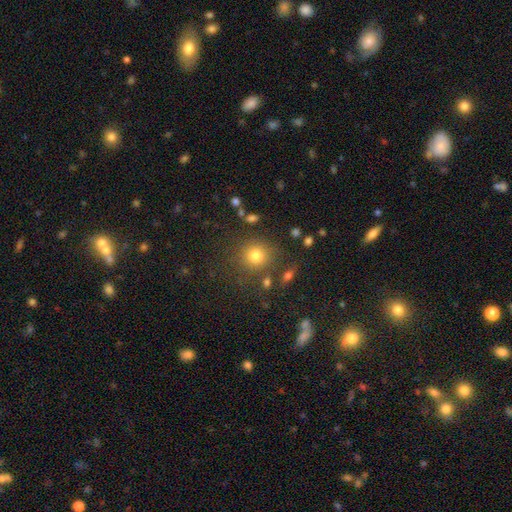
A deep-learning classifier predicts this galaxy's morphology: smooth_or_featured: smooth (p=0.79) [alt: star or artifact p=0.14]
how_rounded: round (p=0.88) [alt: in between p=0.11]
merging: none (p=0.79) [alt: minor disturbance p=0.10]